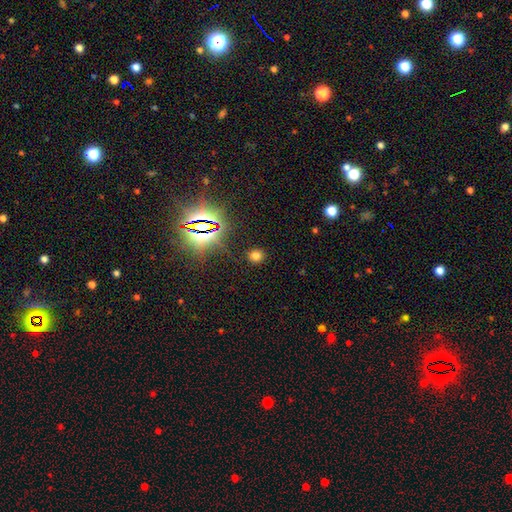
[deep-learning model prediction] This appears to be a smooth galaxy with no disk features (69%) that is round (84%). Merging: none (88%).